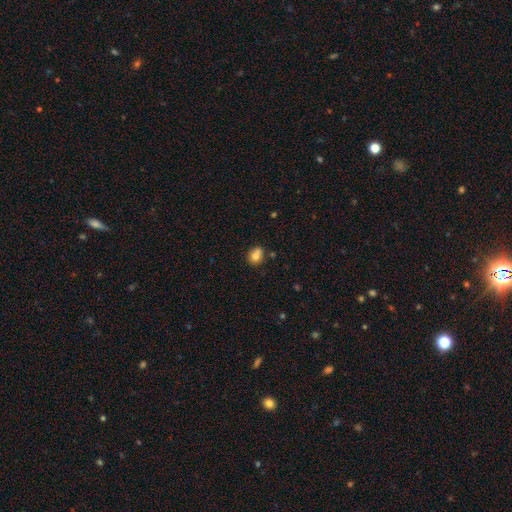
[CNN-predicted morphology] The model was most divided on "how rounded": round: 64%, in between: 35%, cigar-shaped: 1%. More confident: smooth or featured — smooth (75%); merging — none (54%).